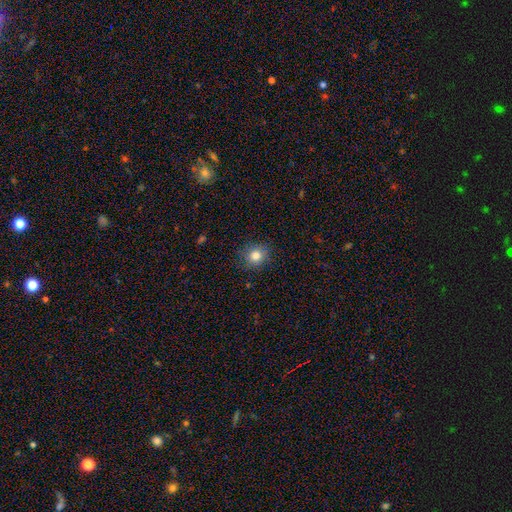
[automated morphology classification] A smooth galaxy with no disk features (83%) that is round (83%). Merging: none (86%).